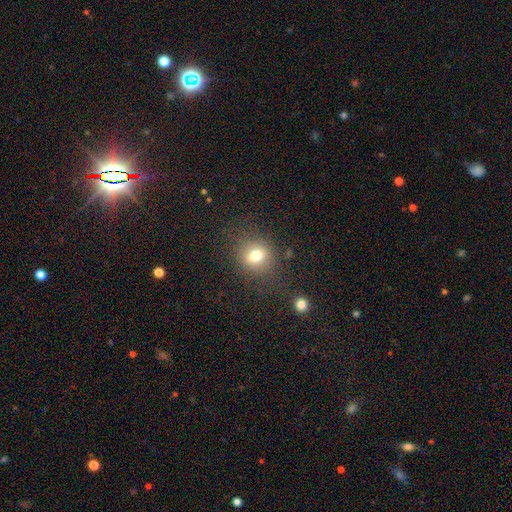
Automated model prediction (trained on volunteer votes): Smooth or featured? Predicted: smooth (p=0.75). How rounded? Predicted: round (p=0.74). Merging? Predicted: none (p=0.80).